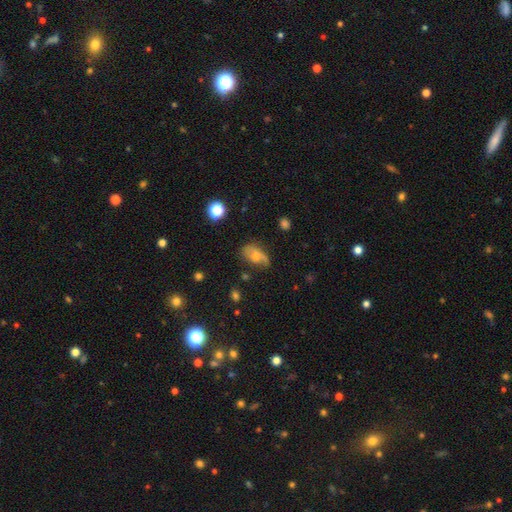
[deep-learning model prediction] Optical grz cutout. It shows a smooth galaxy with no disk features (57%) that is in between round and cigar-shaped (86%). Merging: none (43%).